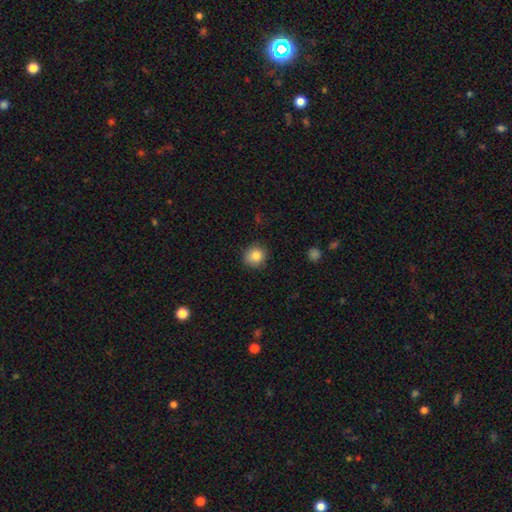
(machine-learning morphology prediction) Smooth or featured: smooth — 84% (star or artifact — 10%)
How rounded: round — 85% (in between — 14%)
Merging: none — 86% (minor disturbance — 10%)